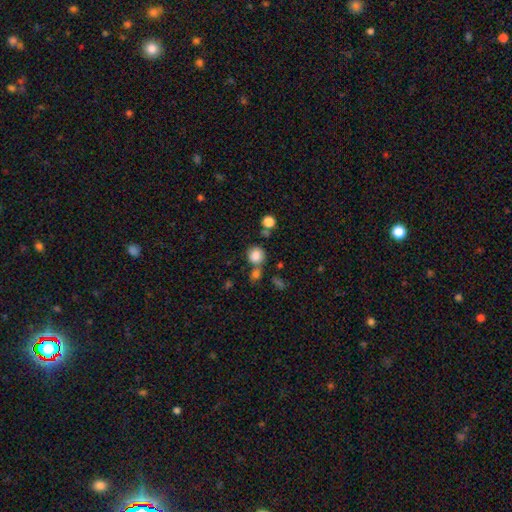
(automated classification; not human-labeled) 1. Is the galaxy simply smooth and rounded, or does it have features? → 84% smooth, 11% star or artifact, 6% featured or disk.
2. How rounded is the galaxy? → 85% round, 14% in between, 1% cigar-shaped.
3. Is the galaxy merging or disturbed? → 61% none, 23% merger, 12% minor disturbance, 5% major disturbance.